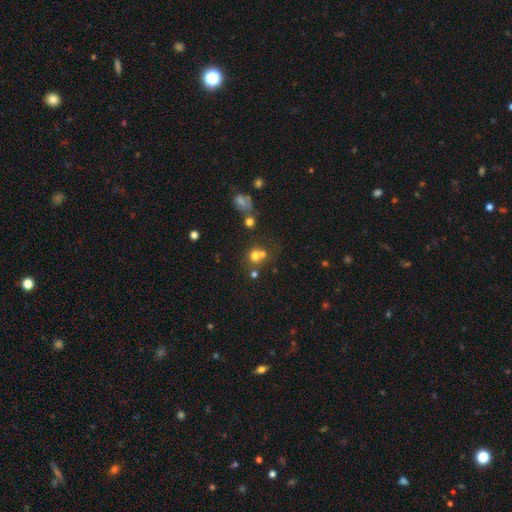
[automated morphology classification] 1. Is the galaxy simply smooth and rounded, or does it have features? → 66% smooth, 19% star or artifact, 15% featured or disk.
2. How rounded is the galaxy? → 83% round, 16% in between, 1% cigar-shaped.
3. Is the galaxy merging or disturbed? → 46% none, 41% merger, 9% minor disturbance, 5% major disturbance.